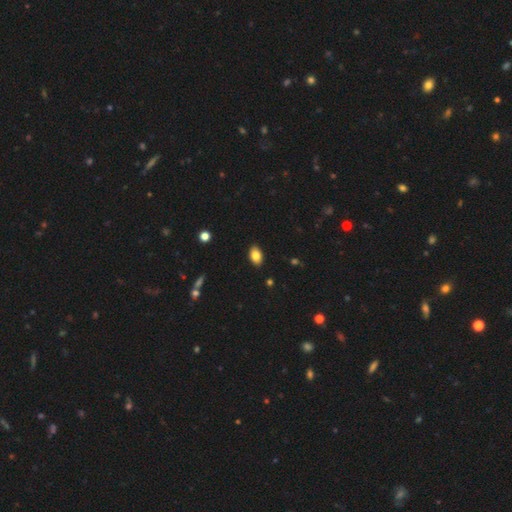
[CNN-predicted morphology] type=smooth (83%); roundness=in between (90%); merging=none (89%).